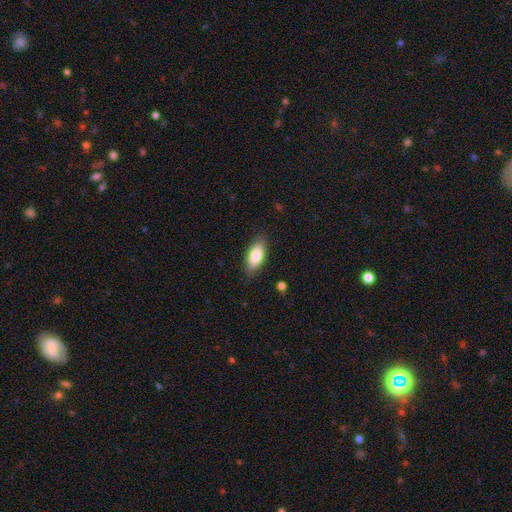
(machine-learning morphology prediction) A smooth galaxy with no disk features (80%) that is in between round and cigar-shaped (84%).

Vote fractions:
- Smooth or featured? smooth: 80% / featured or disk: 13% / star or artifact: 6%
- How rounded? in between: 84% / cigar-shaped: 13% / round: 2%
- Merging? none: 85% / minor disturbance: 11% / major disturbance: 2% / merger: 1%